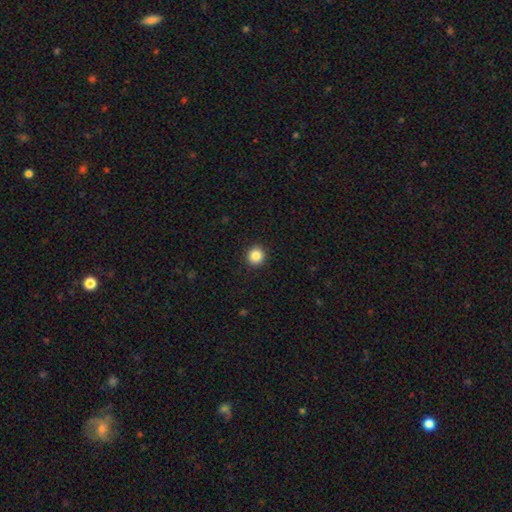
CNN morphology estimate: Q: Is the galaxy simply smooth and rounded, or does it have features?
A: smooth — 87%.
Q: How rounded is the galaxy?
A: round — 93%.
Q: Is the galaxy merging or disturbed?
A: none — 93%.